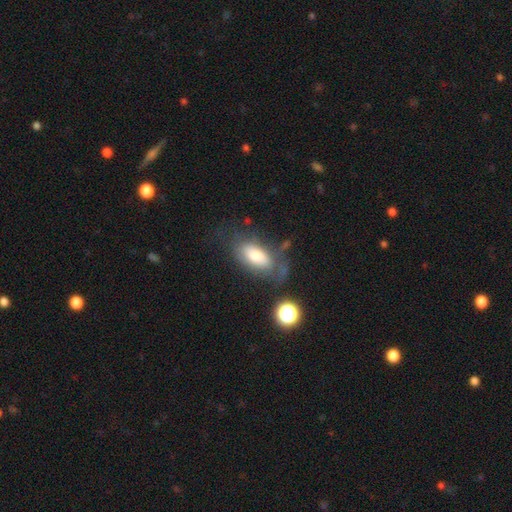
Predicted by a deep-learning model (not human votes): smooth 66%, featured or disk 24%, star or artifact 9%. Down the decision tree: how rounded — in between (89%); merging — none (51%).